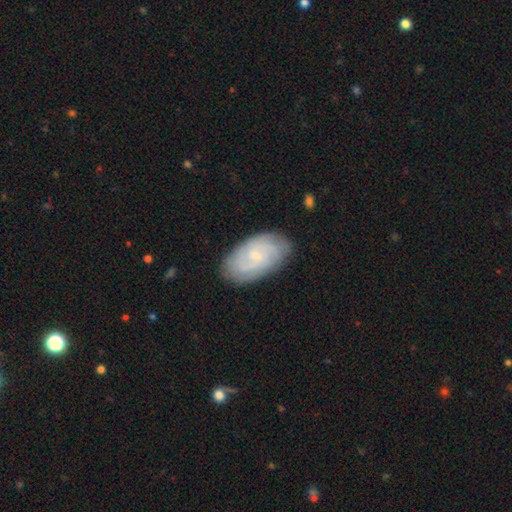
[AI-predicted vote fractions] featured or disk 65%, smooth 29%, star or artifact 7%. Down the decision tree: edge-on disk — no (95%); bar — no (59%); spiral arms — yes (92%); spiral arm count — can't tell (40%); spiral winding — tight (58%); bulge size — small (72%); merging — none (81%).